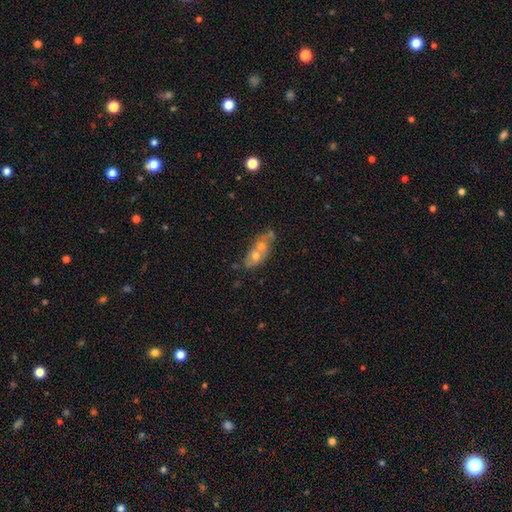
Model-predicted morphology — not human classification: Q: Smooth or featured?
A: smooth (45%); runner-up: featured or disk (43%)
Q: Merging?
A: merger (51%); runner-up: none (30%)